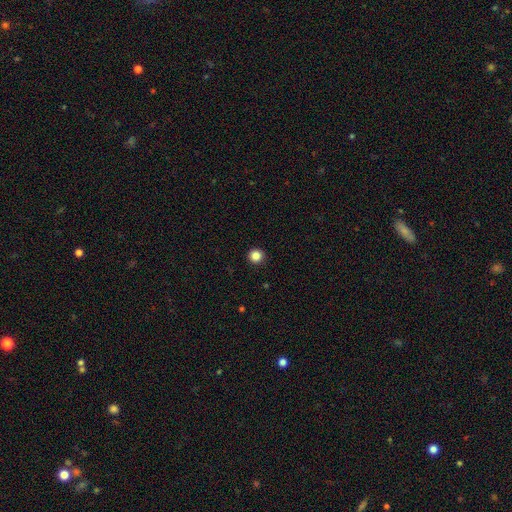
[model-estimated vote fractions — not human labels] A smooth galaxy with no disk features (85%) that is round (96%).

Vote fractions:
- Smooth or featured? smooth: 85% / star or artifact: 11% / featured or disk: 4%
- How rounded? round: 96% / in between: 3% / cigar-shaped: 1%
- Merging? none: 94% / minor disturbance: 4% / major disturbance: 1% / merger: 1%